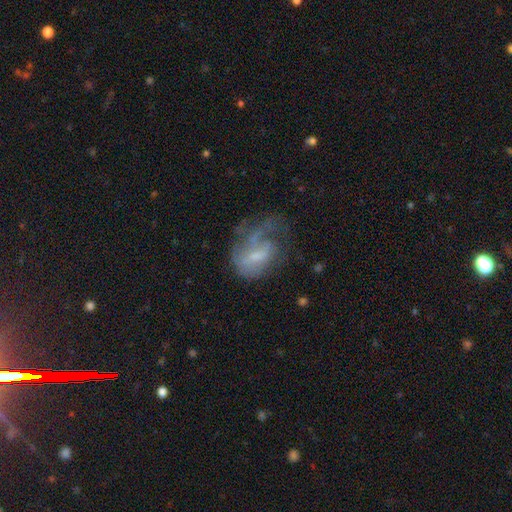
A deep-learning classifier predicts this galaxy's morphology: Q: Smooth or featured?
A: featured or disk (62%); runner-up: smooth (28%)
Q: Edge-on disk?
A: no (96%); runner-up: yes (4%)
Q: Bar?
A: weak (45%); runner-up: no (42%)
Q: Spiral arms?
A: yes (65%); runner-up: no (35%)
Q: Bulge size?
A: small (50%); runner-up: moderate (27%)
Q: Merging?
A: major disturbance (43%); runner-up: none (32%)